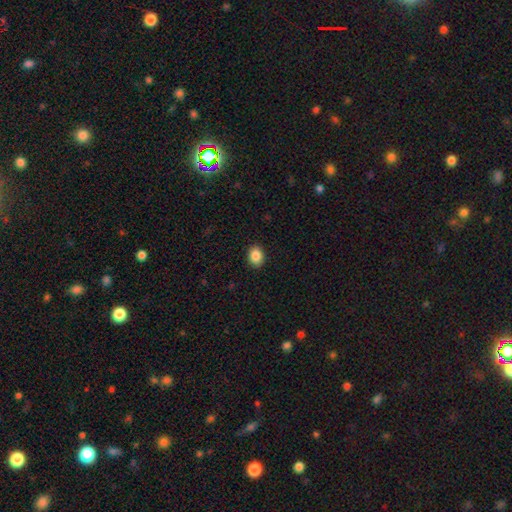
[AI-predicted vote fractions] Smooth or featured? Predicted: smooth (p=0.87). How rounded? Predicted: in between (p=0.59). Merging? Predicted: none (p=0.90).